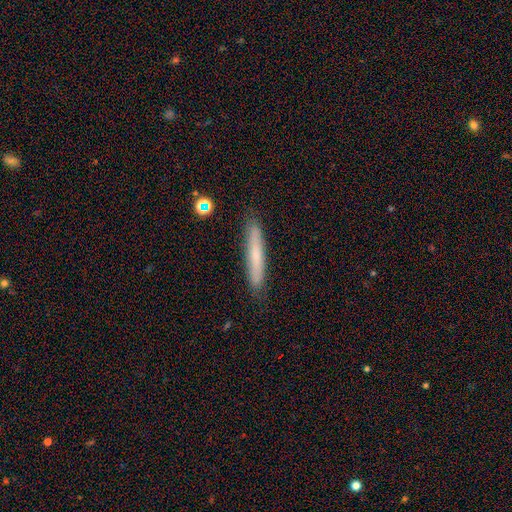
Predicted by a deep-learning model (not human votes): smooth 66%, featured or disk 27%, star or artifact 7%. Down the decision tree: how rounded — cigar-shaped (94%); merging — none (87%).